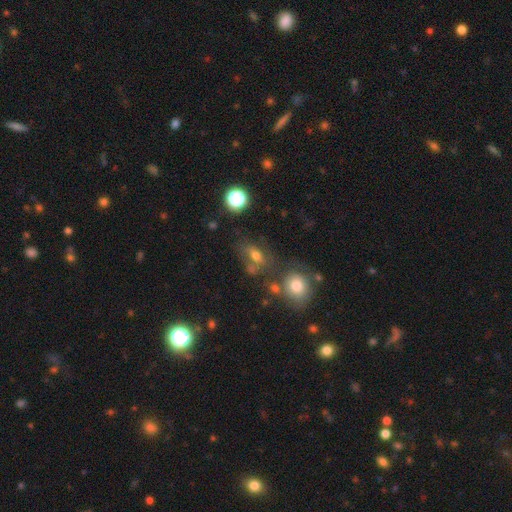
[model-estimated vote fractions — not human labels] Morphology: type=smooth (62%); roundness=in between (69%); merging=none (50%).